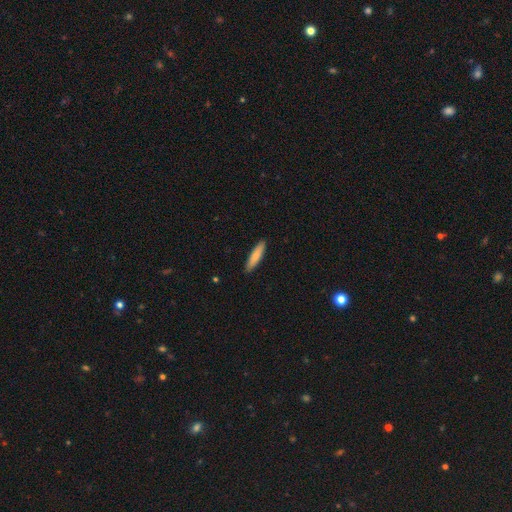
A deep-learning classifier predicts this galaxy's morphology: Q: Smooth or featured?
A: smooth (81%); runner-up: featured or disk (13%)
Q: How rounded?
A: cigar-shaped (83%); runner-up: in between (16%)
Q: Merging?
A: none (91%); runner-up: minor disturbance (7%)